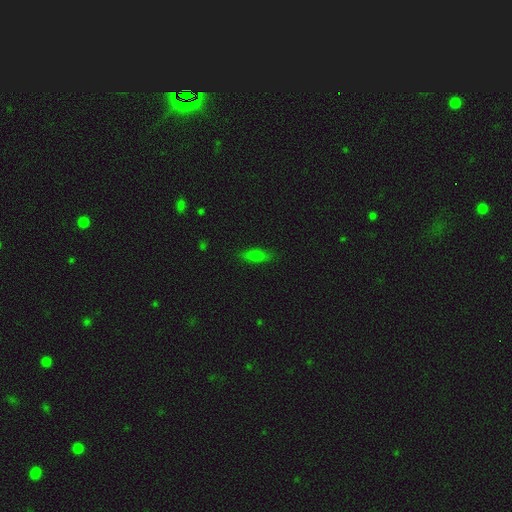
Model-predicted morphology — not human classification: Smooth or featured? Predicted: smooth (p=0.76). How rounded? Predicted: in between (p=0.66). Merging? Predicted: none (p=0.82).